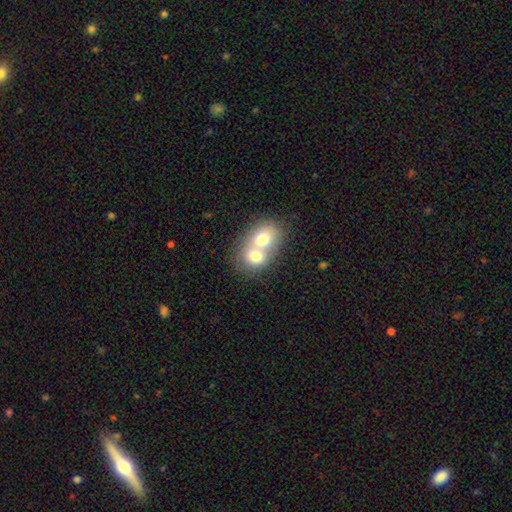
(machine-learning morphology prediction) Smooth or featured? smooth (69%)
How rounded? round (57%)
Merging? merger (76%)